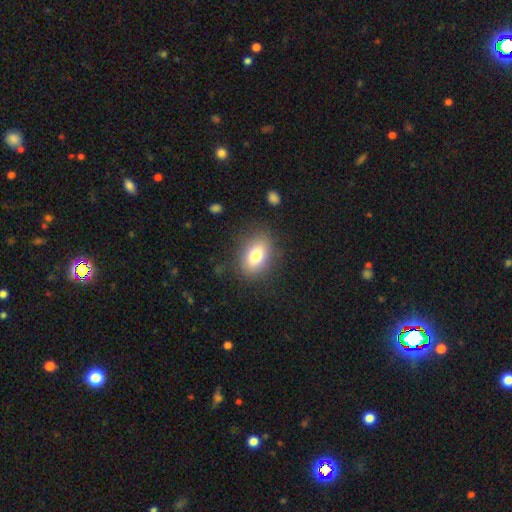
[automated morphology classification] Smooth or featured?
  - smooth: 76% *
  - featured or disk: 14%
  - star or artifact: 10%
How rounded?
  - in between: 78% *
  - round: 20%
  - cigar-shaped: 2%
Merging?
  - none: 83% *
  - minor disturbance: 11%
  - major disturbance: 5%
  - merger: 1%